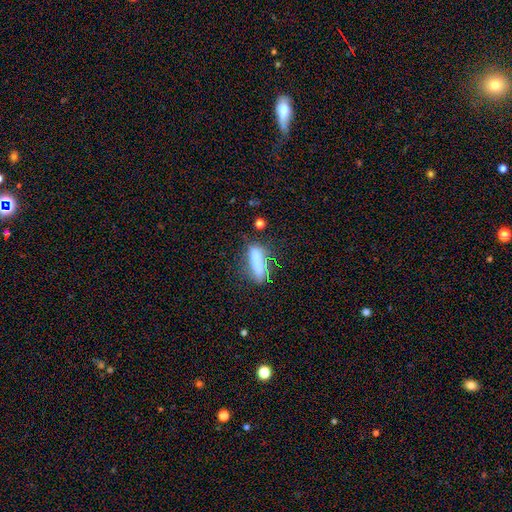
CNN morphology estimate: Smooth or featured?
  - smooth: 67% *
  - featured or disk: 22%
  - star or artifact: 11%
How rounded?
  - cigar-shaped: 64% *
  - in between: 33%
  - round: 3%
Merging?
  - none: 56% *
  - minor disturbance: 23%
  - major disturbance: 13%
  - merger: 8%